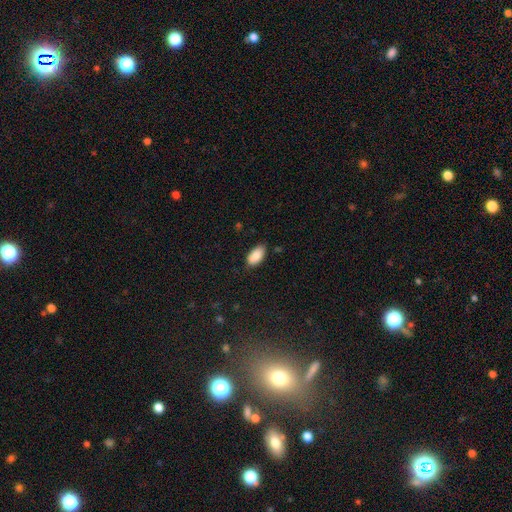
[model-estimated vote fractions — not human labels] A smooth galaxy with no disk features (88%) that is in between round and cigar-shaped (94%).

Vote fractions:
- Smooth or featured? smooth: 88% / star or artifact: 7% / featured or disk: 5%
- How rounded? in between: 94% / cigar-shaped: 4% / round: 3%
- Merging? none: 80% / minor disturbance: 16% / major disturbance: 3% / merger: 1%